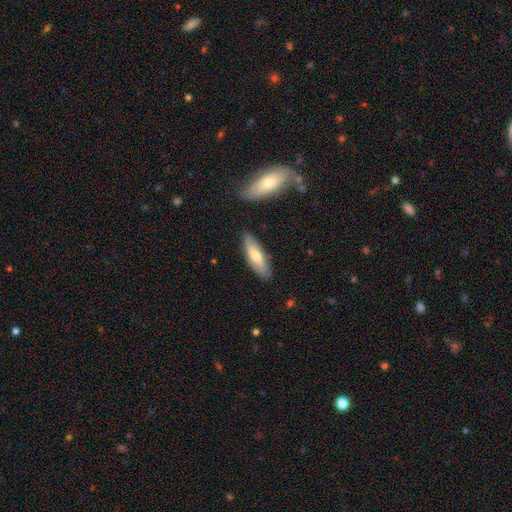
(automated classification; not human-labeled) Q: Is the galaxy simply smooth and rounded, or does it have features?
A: smooth — 66%.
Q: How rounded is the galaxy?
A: in between — 50%.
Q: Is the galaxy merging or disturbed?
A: none — 82%.